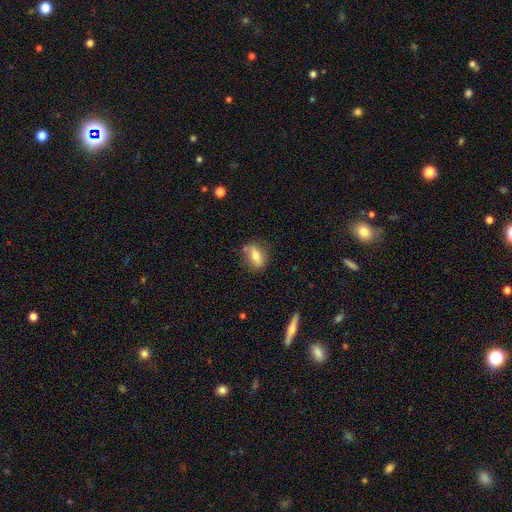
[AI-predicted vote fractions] This appears to be a smooth galaxy with no disk features (67%) that is in between round and cigar-shaped (73%). Merging: none (70%).